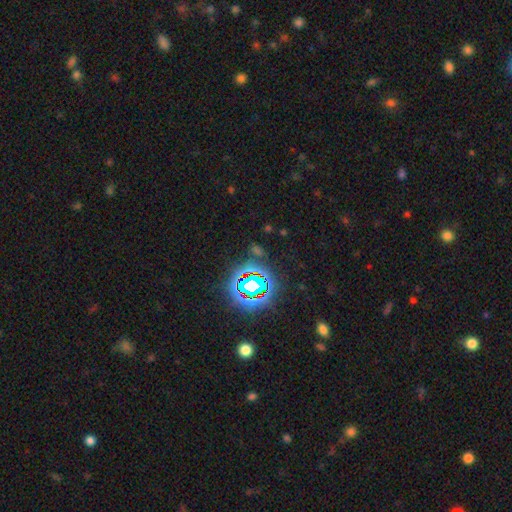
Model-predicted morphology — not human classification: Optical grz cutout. It shows a star or artifact, not a galaxy (76%).